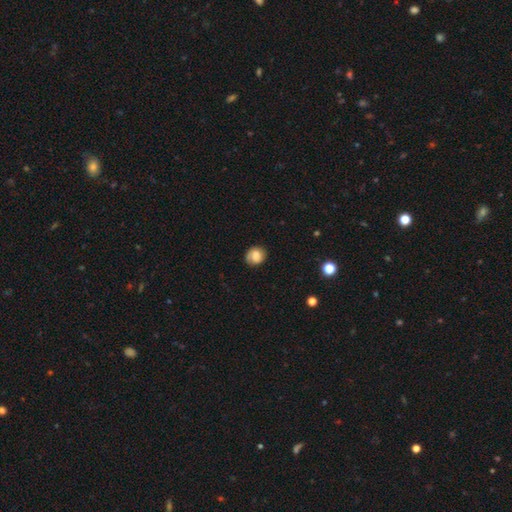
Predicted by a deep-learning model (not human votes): smooth 70%, featured or disk 20%, star or artifact 9%. Down the decision tree: how rounded — round (72%); merging — none (74%).